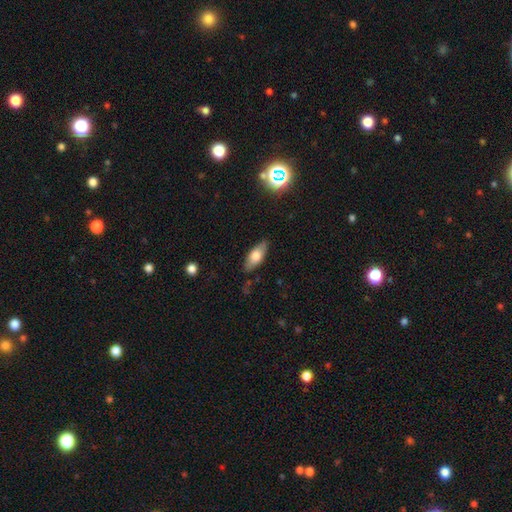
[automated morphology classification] Smooth or featured? Predicted: smooth (p=0.66). How rounded? Predicted: in between (p=0.78). Merging? Predicted: none (p=0.82).